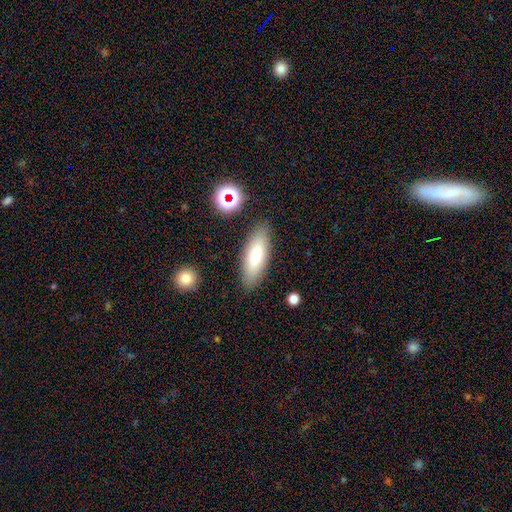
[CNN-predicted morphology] A smooth galaxy with no disk features (78%) that is in between round and cigar-shaped (60%).

Vote fractions:
- Smooth or featured? smooth: 78% / featured or disk: 15% / star or artifact: 7%
- How rounded? in between: 60% / cigar-shaped: 38% / round: 2%
- Merging? none: 86% / minor disturbance: 9% / major disturbance: 3% / merger: 2%